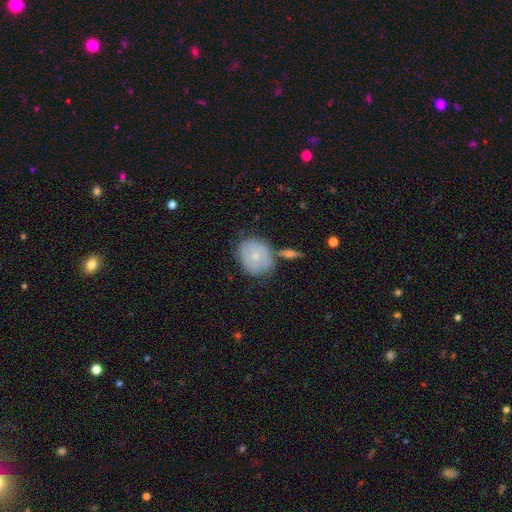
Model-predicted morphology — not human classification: Smooth or featured: smooth — 58% (featured or disk — 36%)
How rounded: round — 65% (in between — 34%)
Merging: none — 62% (minor disturbance — 20%)